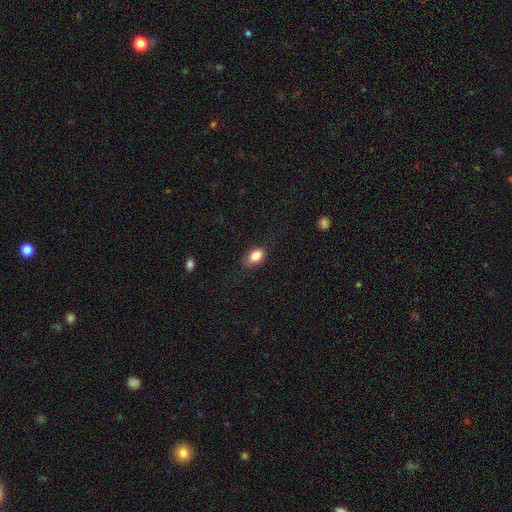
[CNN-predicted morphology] Smooth or featured?
  - smooth: 85% *
  - star or artifact: 8%
  - featured or disk: 7%
How rounded?
  - in between: 79% *
  - round: 19%
  - cigar-shaped: 2%
Merging?
  - none: 65% *
  - minor disturbance: 26%
  - major disturbance: 8%
  - merger: 1%